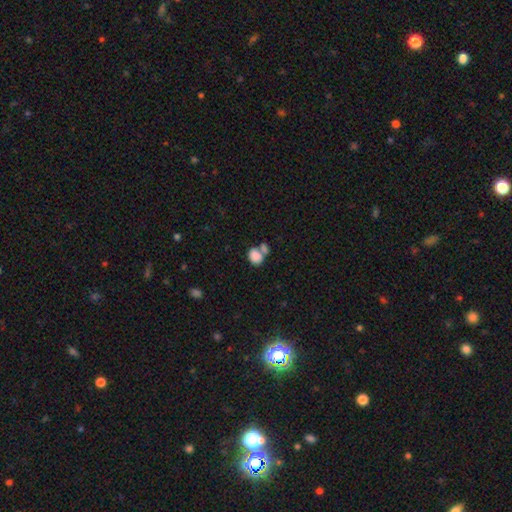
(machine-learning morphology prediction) Smooth or featured? Predicted: smooth (p=0.84). How rounded? Predicted: in between (p=0.52). Merging? Predicted: merger (p=0.48).